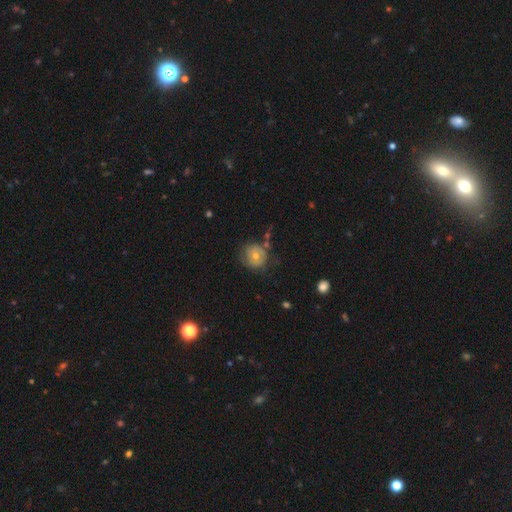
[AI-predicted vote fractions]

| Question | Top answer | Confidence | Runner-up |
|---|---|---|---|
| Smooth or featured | smooth | 52% | featured or disk (39%) |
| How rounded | round | 85% | in between (14%) |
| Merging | none | 62% | minor disturbance (24%) |